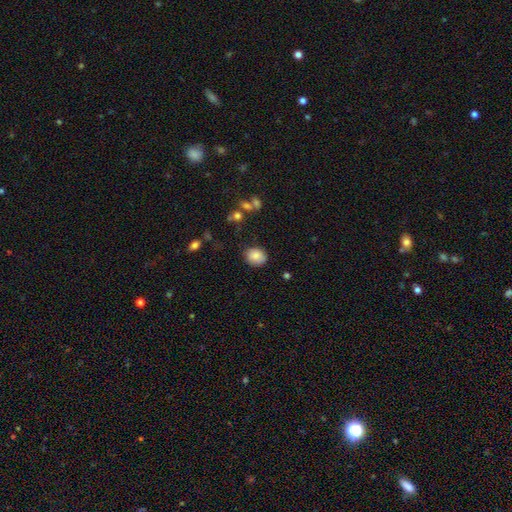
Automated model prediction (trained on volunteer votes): smooth-or-featured: smooth: 85% | star or artifact: 8% | featured or disk: 7%
  how-rounded: round: 66% | in between: 33% | cigar-shaped: 1%
  merging: none: 83% | minor disturbance: 13% | major disturbance: 3% | merger: 2%